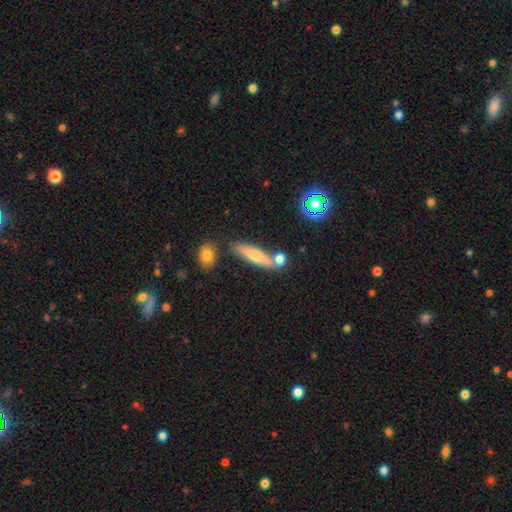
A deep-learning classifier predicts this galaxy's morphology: Q: Smooth or featured?
A: smooth (70%); runner-up: featured or disk (22%)
Q: How rounded?
A: cigar-shaped (75%); runner-up: in between (22%)
Q: Merging?
A: none (67%); runner-up: merger (15%)